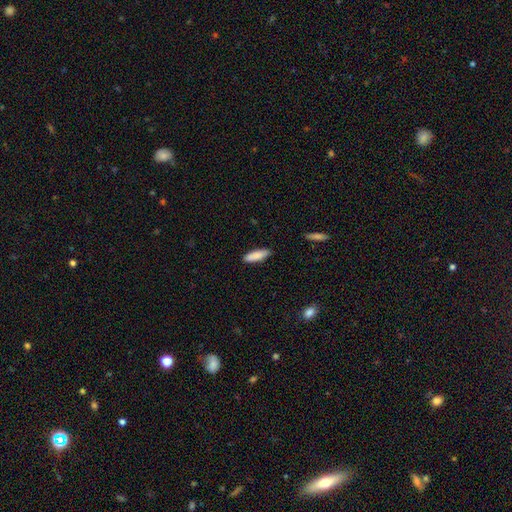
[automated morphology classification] Q: Smooth or featured?
A: smooth (88%); runner-up: featured or disk (6%)
Q: How rounded?
A: cigar-shaped (56%); runner-up: in between (43%)
Q: Merging?
A: none (88%); runner-up: minor disturbance (9%)